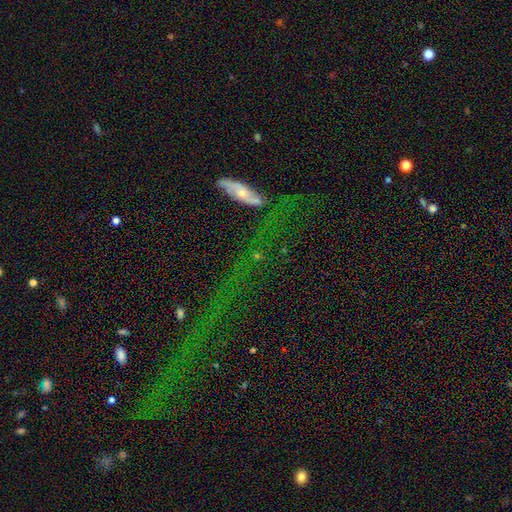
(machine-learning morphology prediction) Smooth or featured? star or artifact (60%)